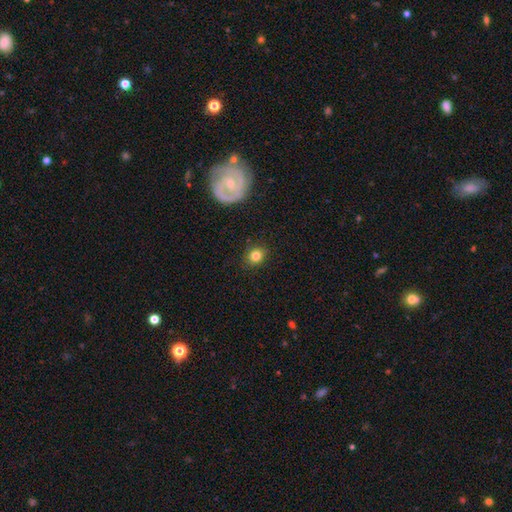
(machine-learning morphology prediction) Overall: smooth (80%). How rounded: round (71%). Merging: none (88%).